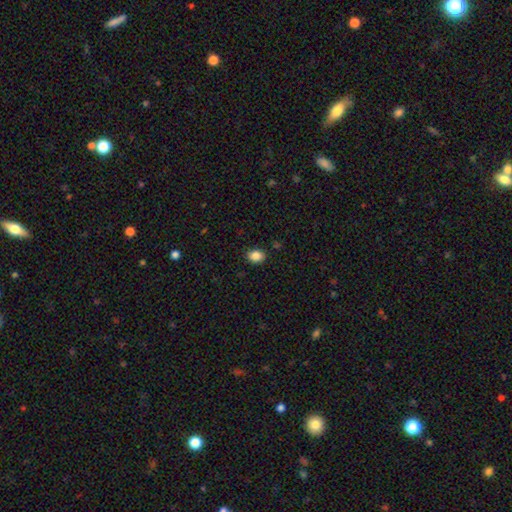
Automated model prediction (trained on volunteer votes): Smooth or featured?
  - smooth: 86% *
  - star or artifact: 9%
  - featured or disk: 4%
How rounded?
  - in between: 60% *
  - round: 39%
  - cigar-shaped: 1%
Merging?
  - none: 88% *
  - minor disturbance: 9%
  - major disturbance: 2%
  - merger: 1%